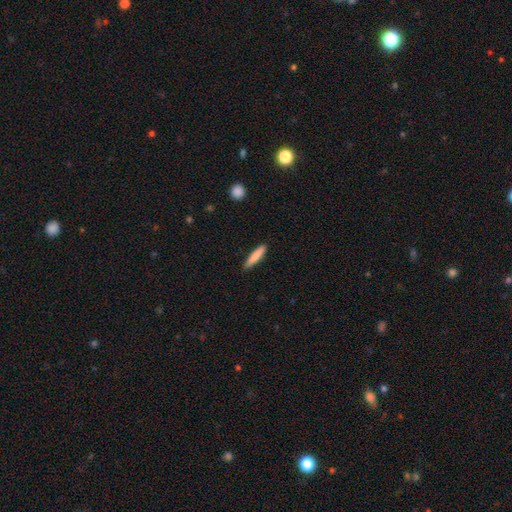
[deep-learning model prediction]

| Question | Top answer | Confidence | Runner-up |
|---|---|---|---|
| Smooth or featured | smooth | 82% | featured or disk (13%) |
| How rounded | cigar-shaped | 87% | in between (11%) |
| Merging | none | 88% | minor disturbance (9%) |